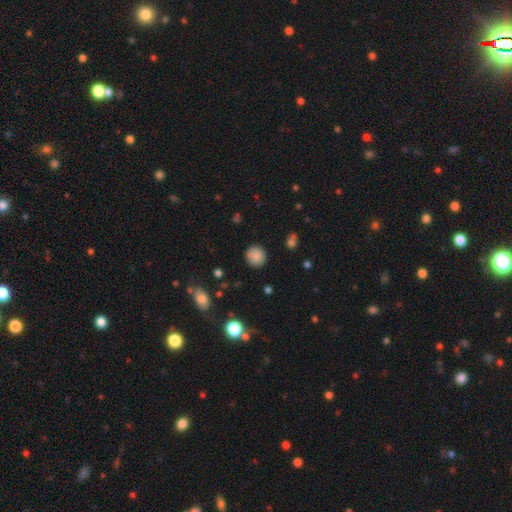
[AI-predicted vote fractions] Smooth or featured? smooth (85%)
How rounded? round (91%)
Merging? none (89%)